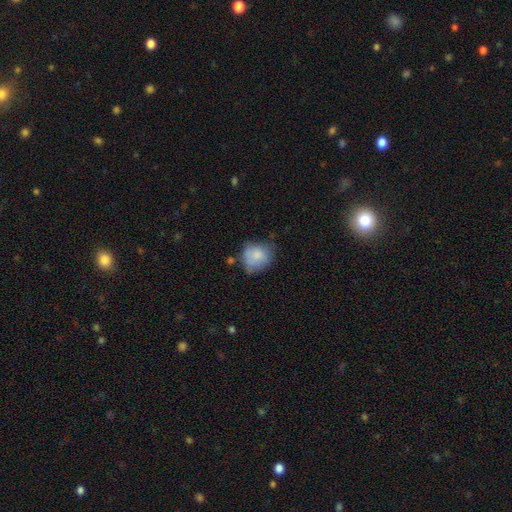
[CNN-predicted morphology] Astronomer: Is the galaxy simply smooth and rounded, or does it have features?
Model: smooth — 79%.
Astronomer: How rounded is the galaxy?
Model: round — 65%.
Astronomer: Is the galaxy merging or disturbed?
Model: none — 47% (runner-up: minor disturbance, 35%).